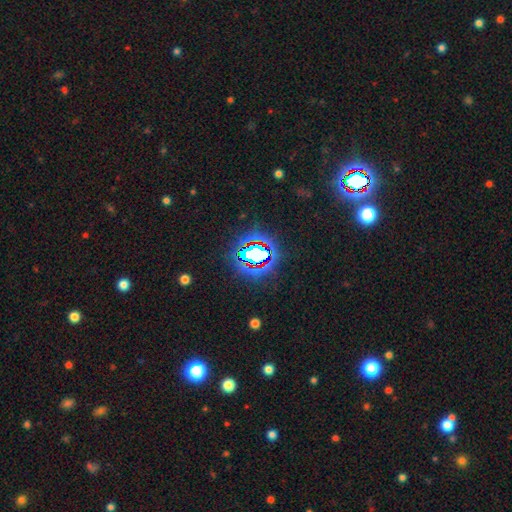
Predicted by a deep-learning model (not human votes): This is likely a star or artifact rather than a galaxy (71%).